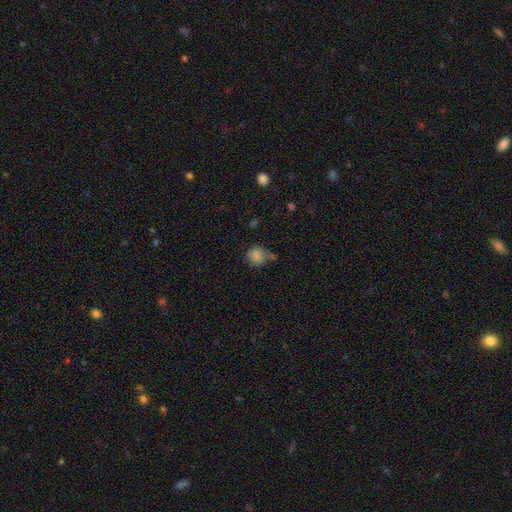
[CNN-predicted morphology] This appears to be a smooth galaxy with no disk features (84%) that is round (88%). Merging: none (65%).